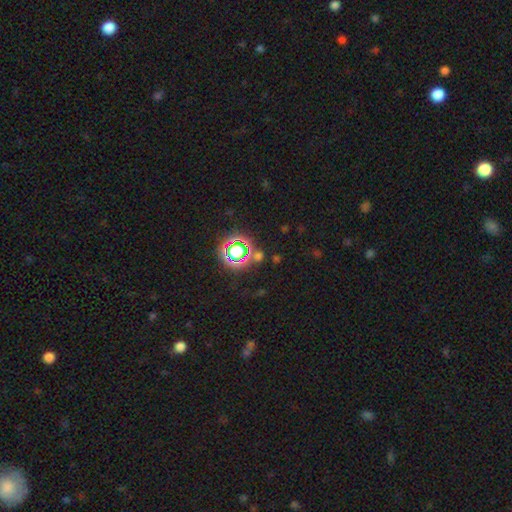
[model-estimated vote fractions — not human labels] Smooth or featured?
  - star or artifact: 66% *
  - smooth: 25%
  - featured or disk: 9%